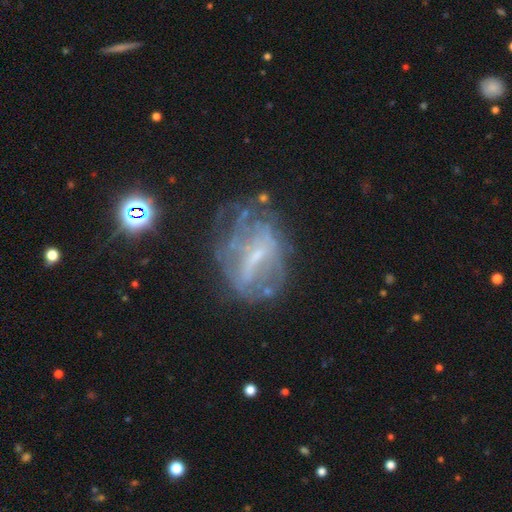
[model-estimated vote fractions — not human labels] Overall: featured or disk (69%). Edge-on disk: no (96%). Bar: weak (45%; no 32%). Spiral arms: no (56%; yes 44%). Bulge size: small (58%; none 21%). Merging: none (47%; major disturbance 26%).